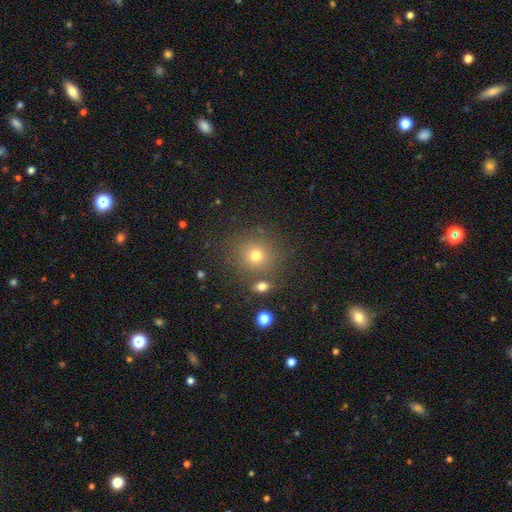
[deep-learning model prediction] Smooth or featured?
  - smooth: 73% *
  - star or artifact: 17%
  - featured or disk: 10%
How rounded?
  - round: 84% *
  - in between: 15%
  - cigar-shaped: 1%
Merging?
  - none: 78% *
  - minor disturbance: 10%
  - merger: 8%
  - major disturbance: 4%